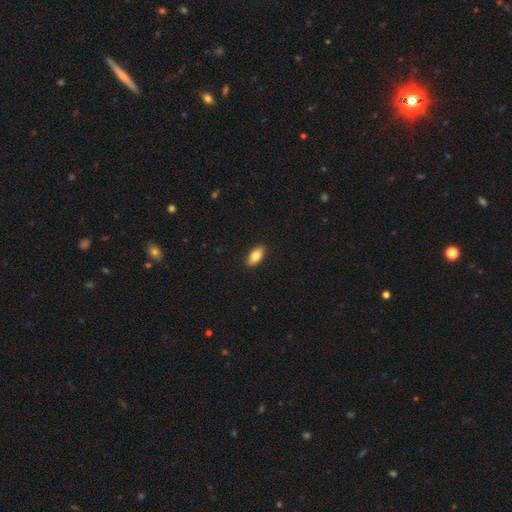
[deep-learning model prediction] Overall: smooth (82%). How rounded: in between (91%). Merging: none (90%).